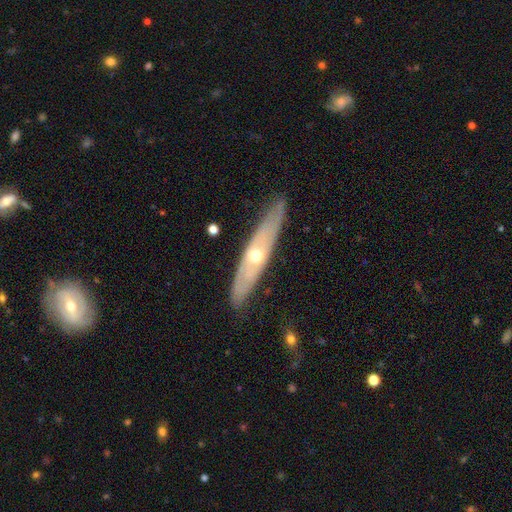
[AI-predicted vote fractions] Morphology: type=featured or disk (65%); edge-on=yes (63%); merging=none (83%).